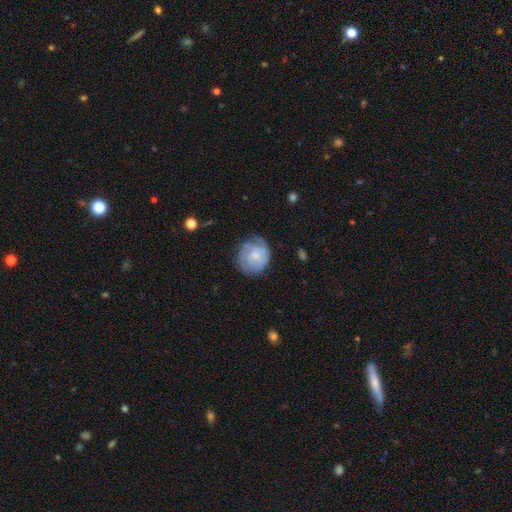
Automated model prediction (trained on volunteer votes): Smooth or featured? Predicted: featured or disk (p=0.48). Merging? Predicted: none (p=0.63).